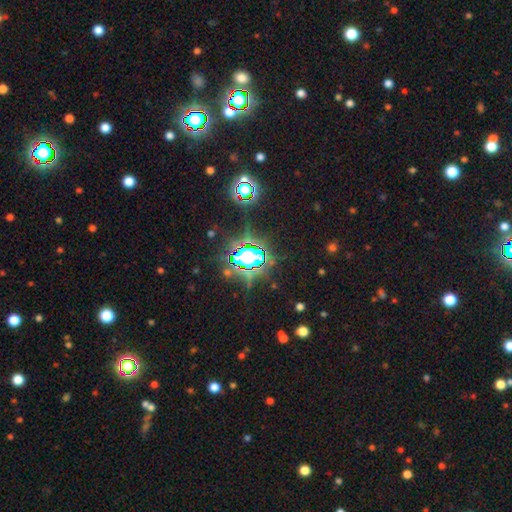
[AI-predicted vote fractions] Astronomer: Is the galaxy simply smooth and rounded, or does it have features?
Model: star or artifact — 80%.